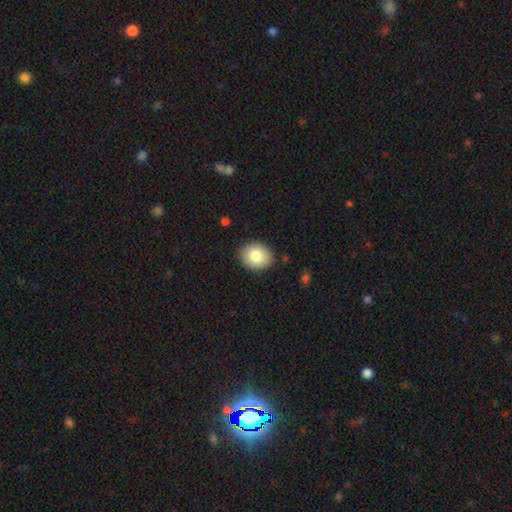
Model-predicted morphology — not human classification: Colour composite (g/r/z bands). It shows a smooth galaxy with no disk features (81%) that is round (54%). Merging: none (88%).